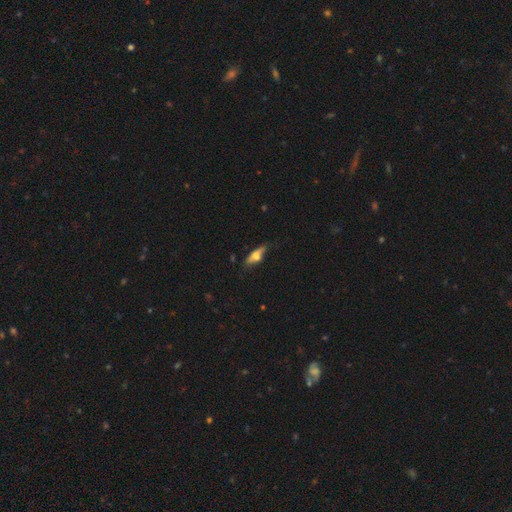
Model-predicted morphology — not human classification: Overall: smooth (47%; featured or disk 45%). Merging: none (58%; minor disturbance 27%).